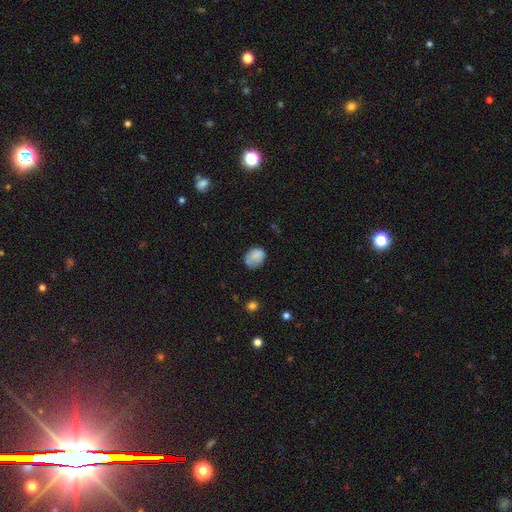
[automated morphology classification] Smooth or featured?
  - smooth: 81% *
  - featured or disk: 10%
  - star or artifact: 9%
How rounded?
  - in between: 56% *
  - round: 43%
  - cigar-shaped: 1%
Merging?
  - none: 60% *
  - minor disturbance: 28%
  - major disturbance: 9%
  - merger: 3%